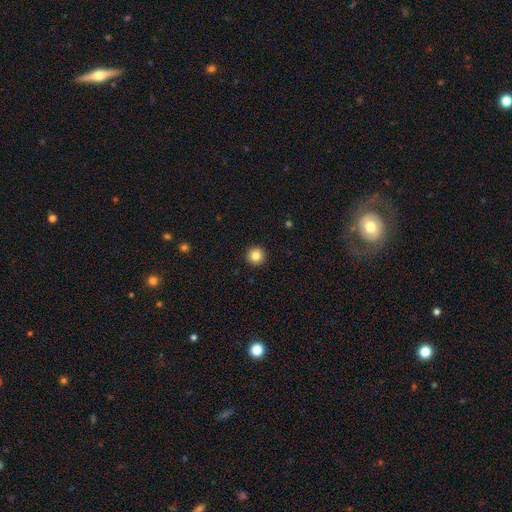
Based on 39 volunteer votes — Morphology: type=smooth (85%); roundness=round (100%); merging=none (92%).